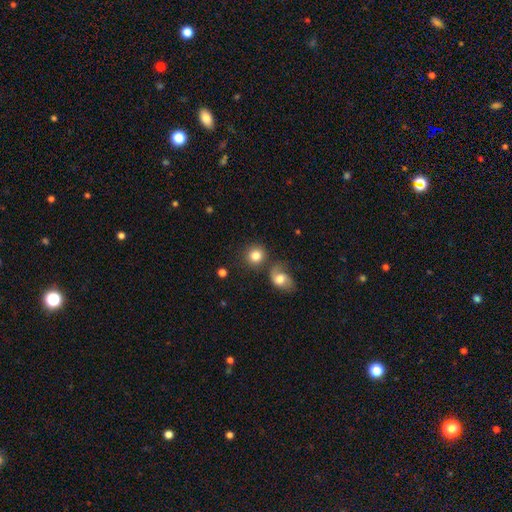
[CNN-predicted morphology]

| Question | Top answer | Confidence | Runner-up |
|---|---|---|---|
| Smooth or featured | smooth | 81% | featured or disk (10%) |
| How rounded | round | 85% | in between (14%) |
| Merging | none | 67% | merger (17%) |